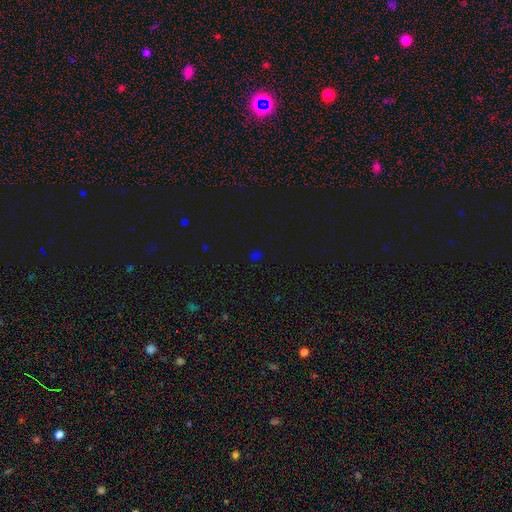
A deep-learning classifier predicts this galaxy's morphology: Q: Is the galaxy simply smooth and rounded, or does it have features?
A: star or artifact — 49%.